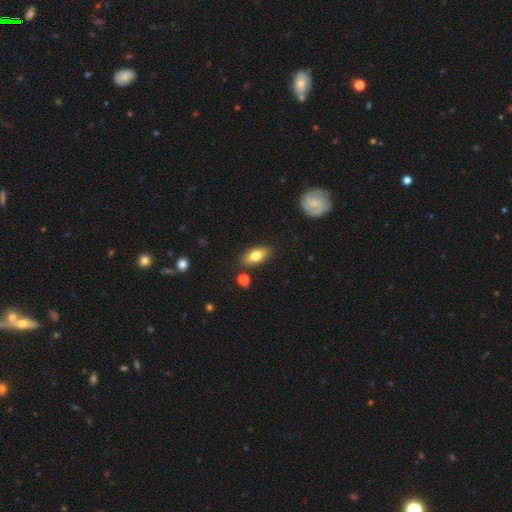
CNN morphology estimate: Smooth or featured?
  - smooth: 76% *
  - featured or disk: 17%
  - star or artifact: 7%
How rounded?
  - in between: 86% *
  - cigar-shaped: 10%
  - round: 4%
Merging?
  - none: 84% *
  - minor disturbance: 10%
  - merger: 4%
  - major disturbance: 2%